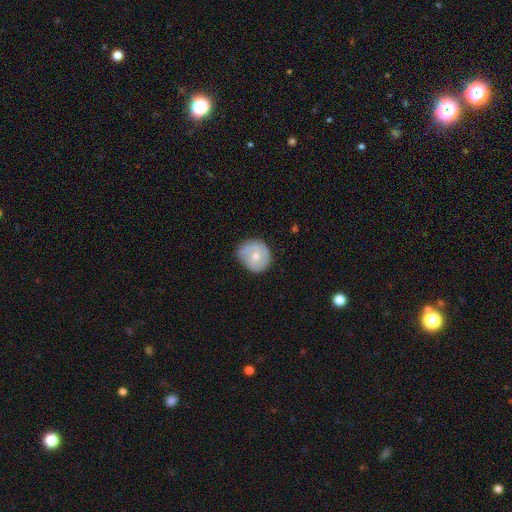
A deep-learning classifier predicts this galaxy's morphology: This is possibly a smooth galaxy (49%). Merging: likely none (65%).